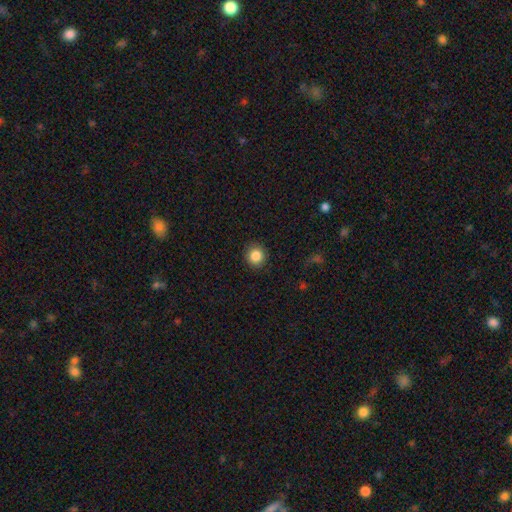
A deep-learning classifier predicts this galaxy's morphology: This appears to be a smooth galaxy with no disk features (85%) that is round (91%). Merging: none (90%).